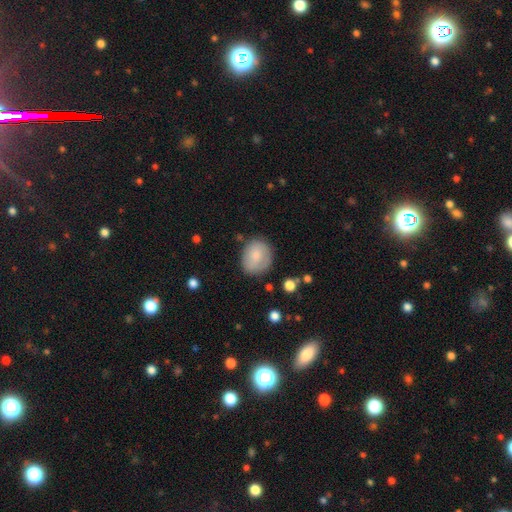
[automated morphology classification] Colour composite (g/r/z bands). It shows a smooth galaxy with no disk features (79%) that is round (66%). Merging: none (72%).